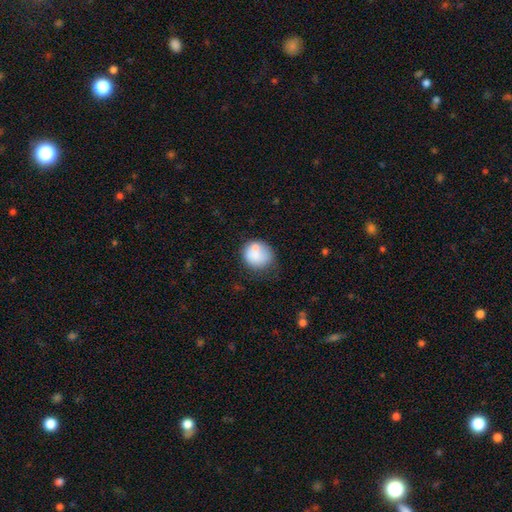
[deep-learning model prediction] smooth-or-featured: smooth: 76% | featured or disk: 15% | star or artifact: 8%
  how-rounded: round: 77% | in between: 23% | cigar-shaped: 1%
  merging: none: 51% | minor disturbance: 23% | merger: 18% | major disturbance: 9%